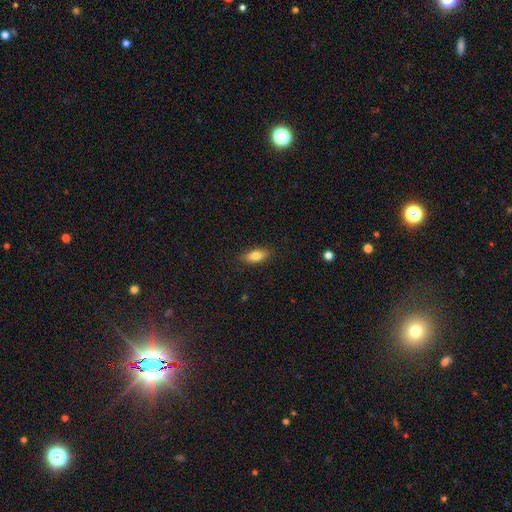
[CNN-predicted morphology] A smooth galaxy with no disk features (78%) that is in between round and cigar-shaped (77%). Merging: none (87%).